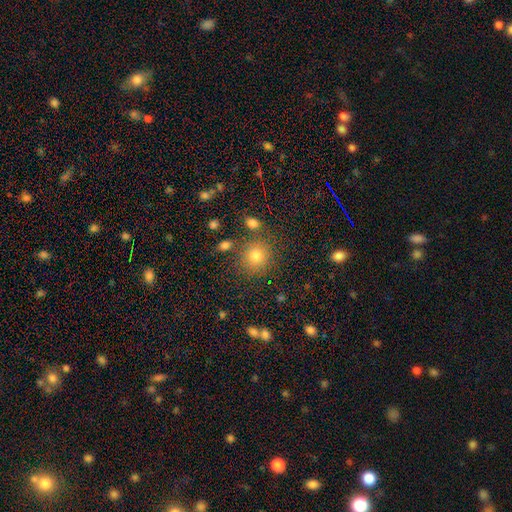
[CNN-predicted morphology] This appears to be a smooth galaxy with no disk features (75%) that is round (89%). Merging: none (83%).